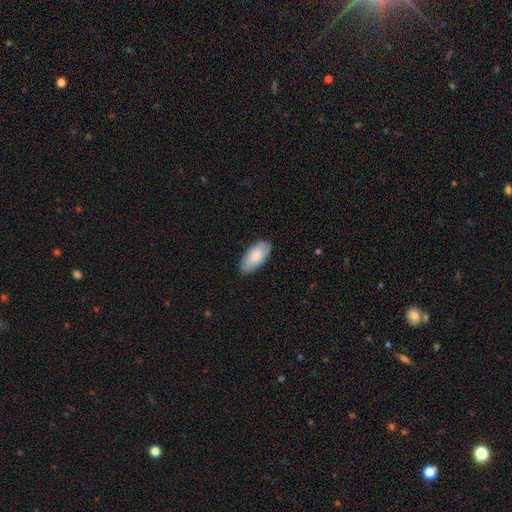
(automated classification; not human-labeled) Smooth or featured? Predicted: smooth (p=0.80). How rounded? Predicted: in between (p=0.93). Merging? Predicted: none (p=0.83).